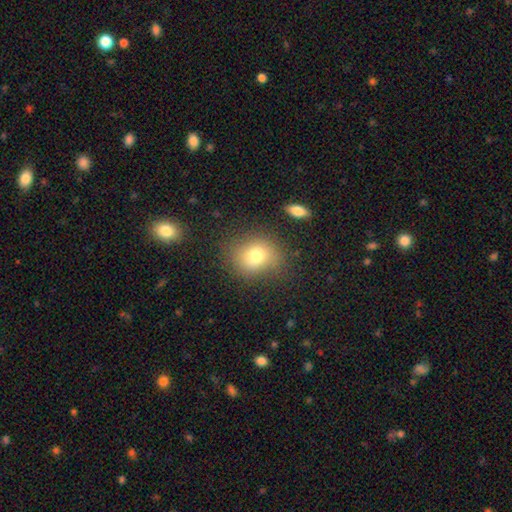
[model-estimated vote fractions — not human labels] This appears to be a smooth galaxy with no disk features (77%) that is round (65%). Merging: none (78%).